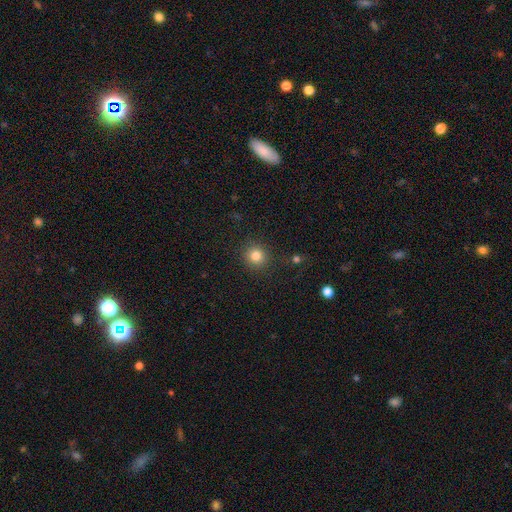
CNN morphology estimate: type=smooth (82%); roundness=round (91%); merging=none (89%).